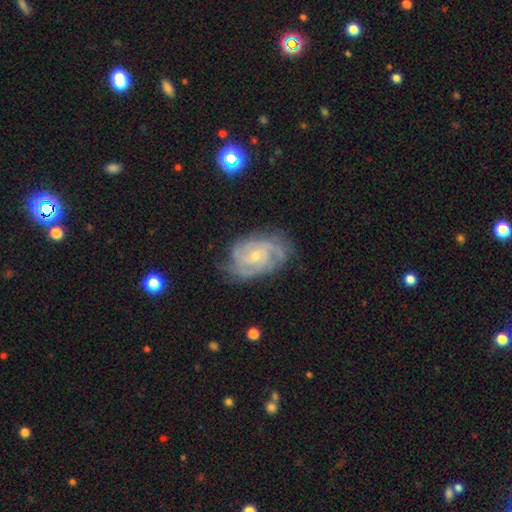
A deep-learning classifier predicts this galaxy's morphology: type=featured or disk (85%); edge-on=no (97%); bar=no (60%); spiral arms=yes (95%); winding=tight (60%); arm count=can't tell (28%); bulge=small (68%); merging=none (69%).